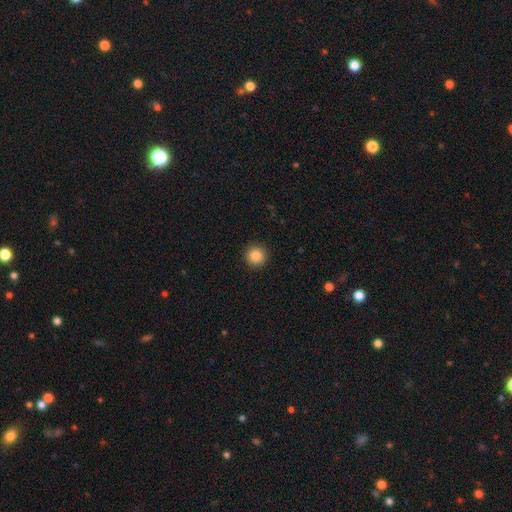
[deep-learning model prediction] This appears to be a smooth galaxy with no disk features (86%) that is round (95%). Merging: none (92%).